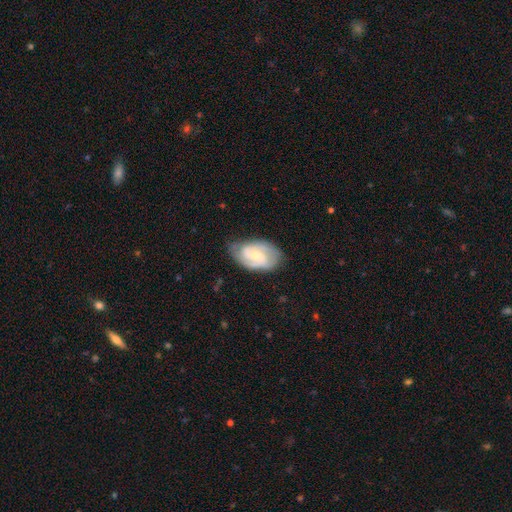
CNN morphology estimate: Smooth or featured? Predicted: featured or disk (p=0.77). Edge-on disk? Predicted: no (p=0.97). Bar? Predicted: weak (p=0.51). Spiral arms? Predicted: yes (p=0.95). Spiral winding? Predicted: medium (p=0.47). Spiral arm count? Predicted: 2 (p=0.73). Bulge size? Predicted: small (p=0.57). Merging? Predicted: none (p=0.71).